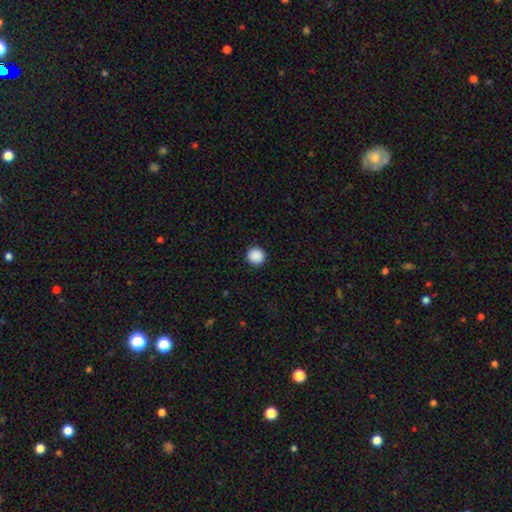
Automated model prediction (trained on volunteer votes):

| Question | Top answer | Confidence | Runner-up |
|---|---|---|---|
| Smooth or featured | smooth | 90% | star or artifact (8%) |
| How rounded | round | 94% | in between (5%) |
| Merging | none | 93% | minor disturbance (4%) |